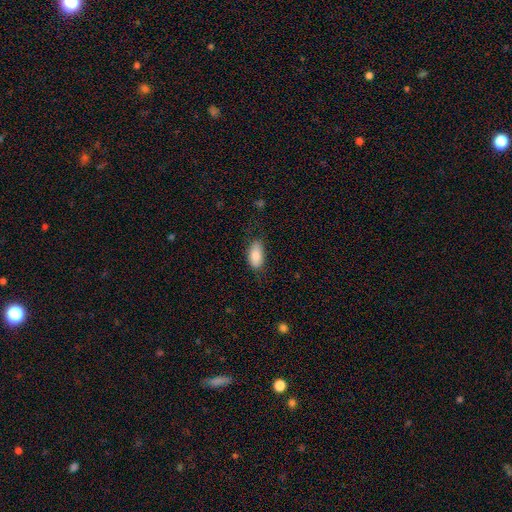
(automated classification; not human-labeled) A smooth galaxy with no disk features (81%) that is in between round and cigar-shaped (92%).

Vote fractions:
- Smooth or featured? smooth: 81% / featured or disk: 12% / star or artifact: 7%
- How rounded? in between: 92% / cigar-shaped: 5% / round: 3%
- Merging? none: 76% / minor disturbance: 18% / major disturbance: 4% / merger: 1%